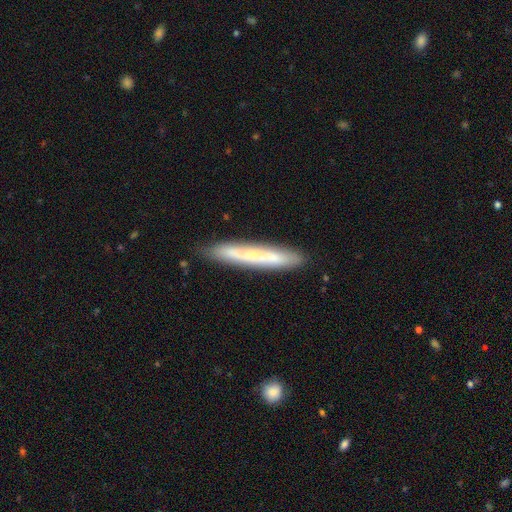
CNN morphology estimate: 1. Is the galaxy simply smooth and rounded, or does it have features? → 55% smooth, 38% featured or disk, 7% star or artifact.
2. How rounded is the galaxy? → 95% cigar-shaped, 4% in between, 1% round.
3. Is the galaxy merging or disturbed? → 84% none, 12% minor disturbance, 2% merger, 2% major disturbance.